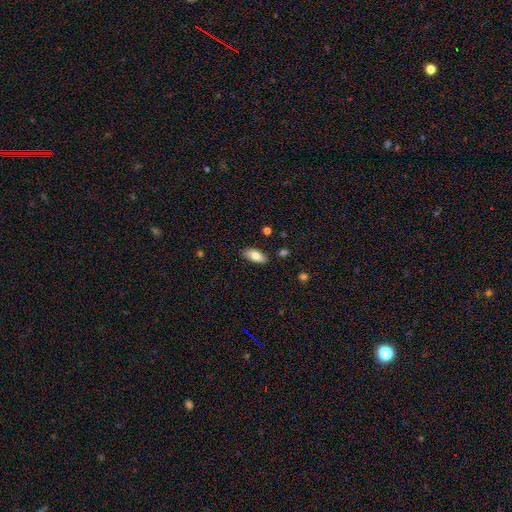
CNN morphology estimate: smooth_or_featured: smooth (p=0.80) [alt: featured or disk p=0.14]
how_rounded: in between (p=0.87) [alt: cigar-shaped p=0.11]
merging: none (p=0.86) [alt: minor disturbance p=0.11]